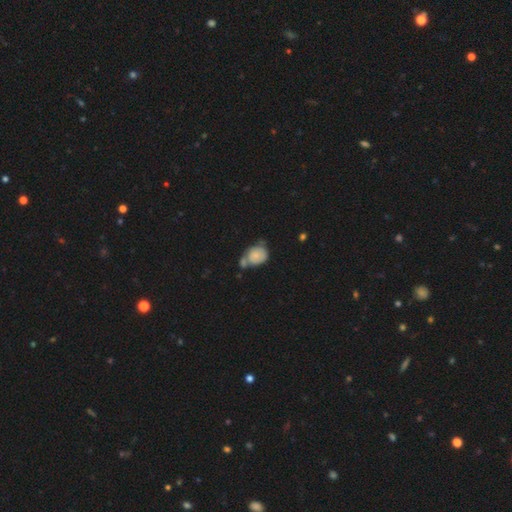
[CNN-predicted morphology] Q: Smooth or featured?
A: smooth (72%); runner-up: featured or disk (21%)
Q: How rounded?
A: in between (54%); runner-up: round (45%)
Q: Merging?
A: merger (39%); runner-up: none (30%)